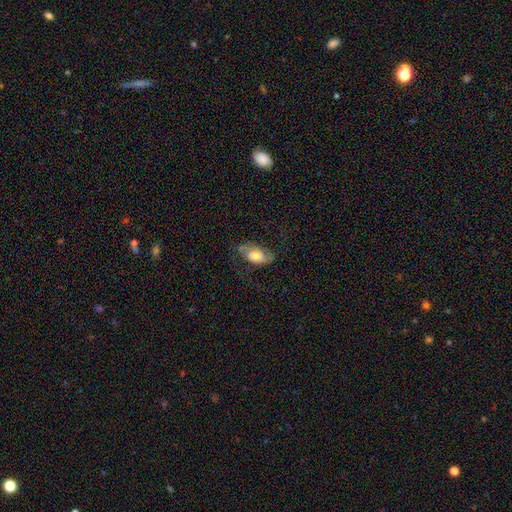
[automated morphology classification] Smooth or featured? featured or disk (53%)
Edge-on disk? no (93%)
Merging? none (60%)